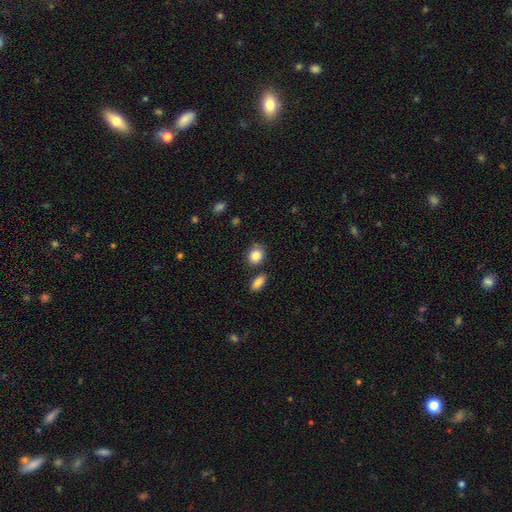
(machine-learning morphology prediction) Smooth or featured: smooth — 85% (star or artifact — 8%)
How rounded: round — 62% (in between — 36%)
Merging: none — 75% (minor disturbance — 13%)